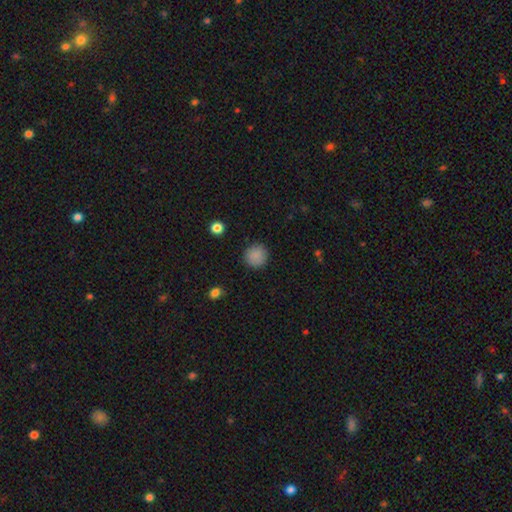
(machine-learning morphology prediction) Smooth or featured? smooth (87%)
How rounded? round (93%)
Merging? none (90%)